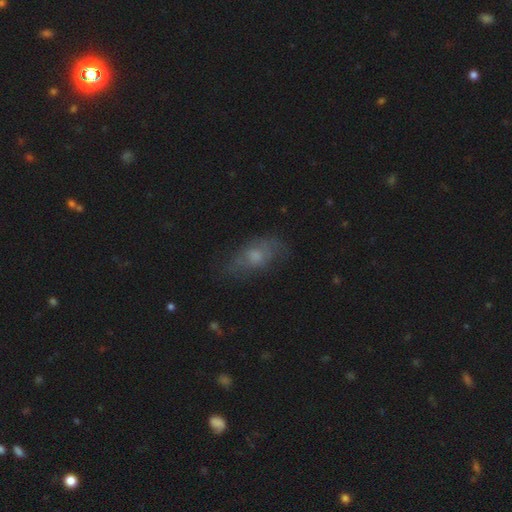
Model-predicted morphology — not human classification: smooth_or_featured: smooth (p=0.51) [alt: featured or disk p=0.37]
how_rounded: in between (p=0.84) [alt: round p=0.09]
merging: none (p=0.60) [alt: minor disturbance p=0.25]